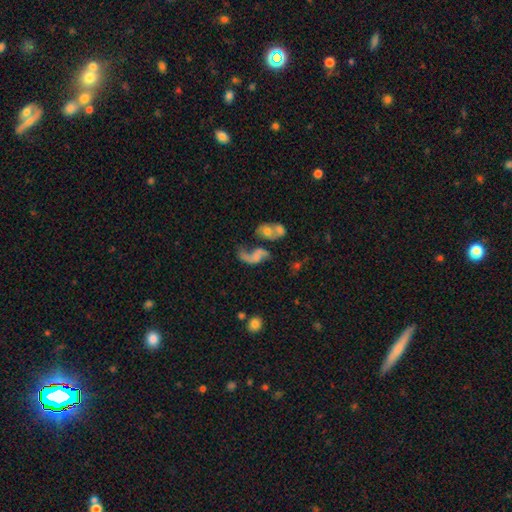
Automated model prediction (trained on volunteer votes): Morphology: type=featured or disk (63%); edge-on=no (96%); bar=no (63%); spiral arms=yes (79%); bulge=none (54%); merging=merger (33%).